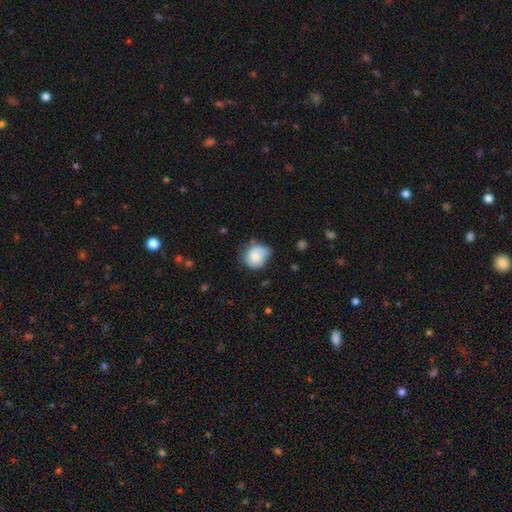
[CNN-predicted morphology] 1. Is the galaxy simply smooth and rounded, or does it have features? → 77% smooth, 15% featured or disk, 8% star or artifact.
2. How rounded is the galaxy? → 64% round, 35% in between, 1% cigar-shaped.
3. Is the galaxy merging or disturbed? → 45% none, 39% minor disturbance, 12% major disturbance, 4% merger.